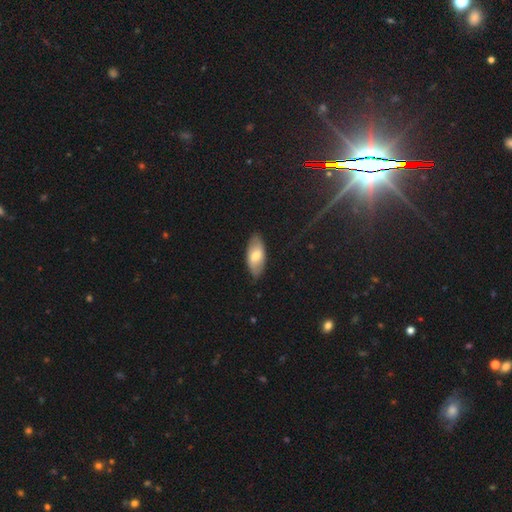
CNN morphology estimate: smooth-or-featured: smooth: 67% | featured or disk: 27% | star or artifact: 6%
  how-rounded: in between: 91% | cigar-shaped: 6% | round: 2%
  merging: none: 79% | minor disturbance: 17% | major disturbance: 3% | merger: 1%